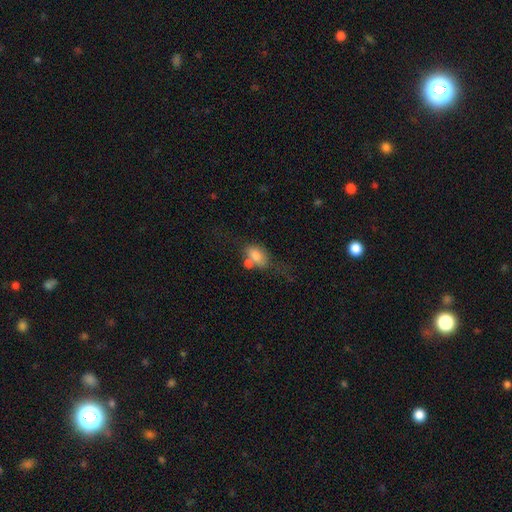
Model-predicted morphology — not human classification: smooth_or_featured: smooth (p=0.75) [alt: featured or disk p=0.16]
how_rounded: in between (p=0.80) [alt: round p=0.17]
merging: merger (p=0.36) [alt: none p=0.34]